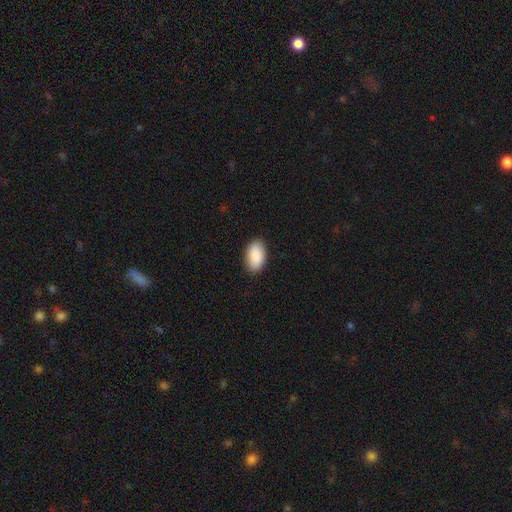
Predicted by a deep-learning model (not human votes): This is clearly a smooth galaxy (90%). How rounded: clearly in between (94%). Merging: clearly none (88%).